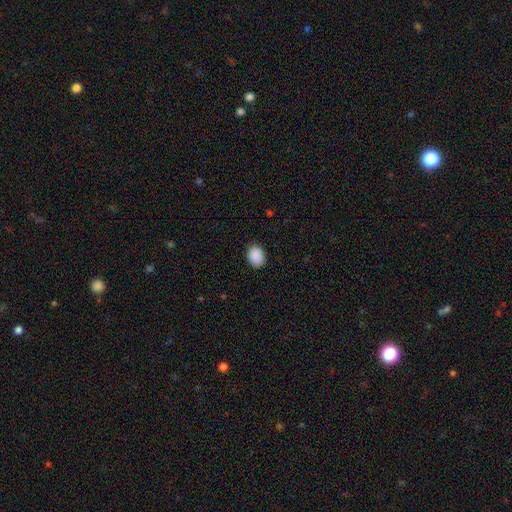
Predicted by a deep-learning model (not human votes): smooth 90%, star or artifact 7%, featured or disk 2%. Down the decision tree: how rounded — in between (63%); merging — none (87%).